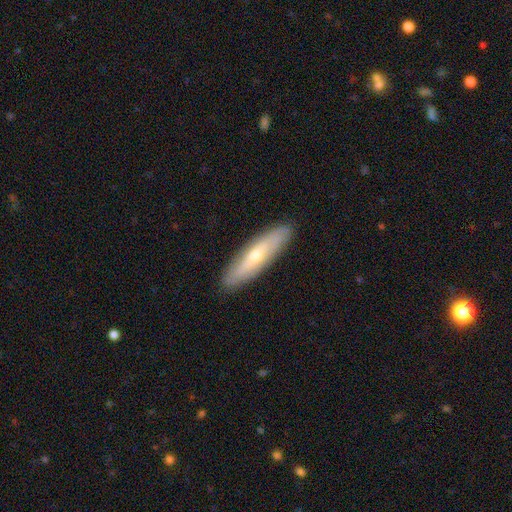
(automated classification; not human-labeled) Overall: smooth (48%; featured or disk 45%). Merging: none (90%).